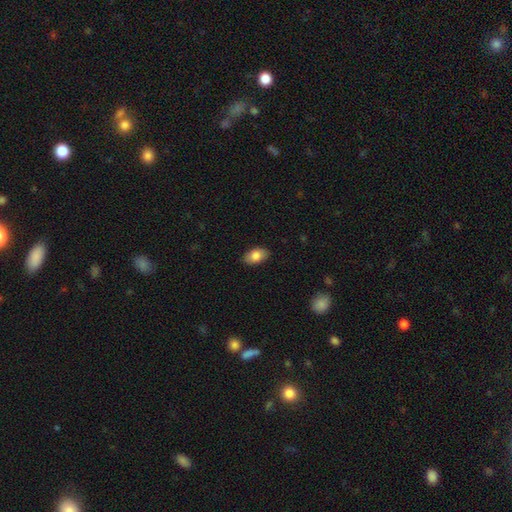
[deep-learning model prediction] This appears to be a smooth galaxy with no disk features (83%) that is in between round and cigar-shaped (92%). Merging: none (88%).